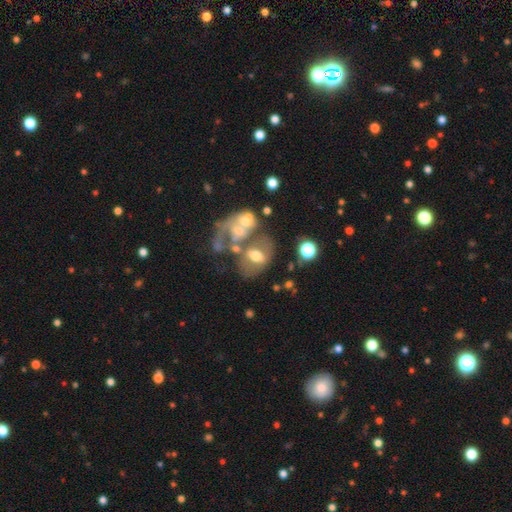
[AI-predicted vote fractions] This appears to be a featured or disk galaxy (50%). Merging: merger (52%).